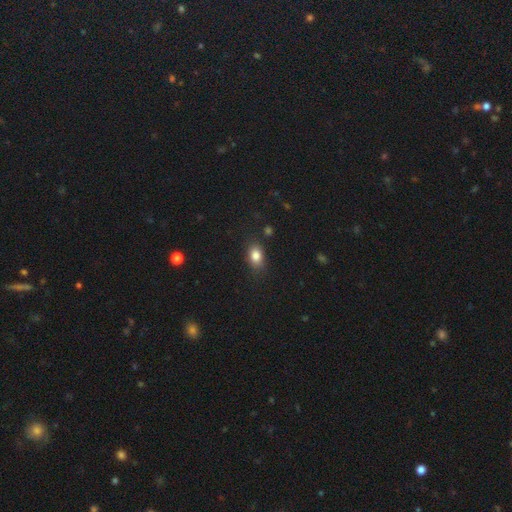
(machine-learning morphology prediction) smooth_or_featured: smooth (p=0.84) [alt: star or artifact p=0.10]
how_rounded: in between (p=0.76) [alt: round p=0.22]
merging: none (p=0.81) [alt: minor disturbance p=0.13]